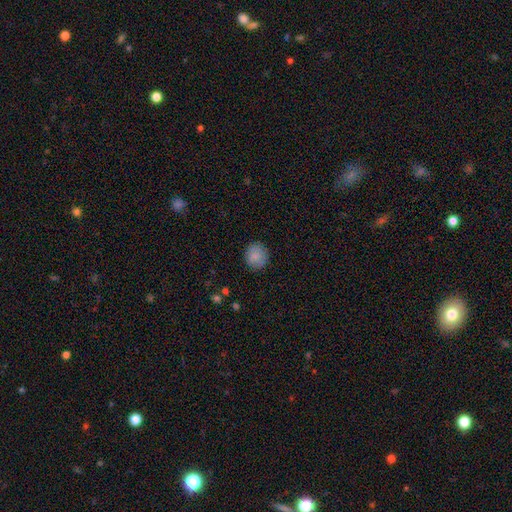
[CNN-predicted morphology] A smooth galaxy with no disk features (85%) that is round (86%). Merging: none (86%).